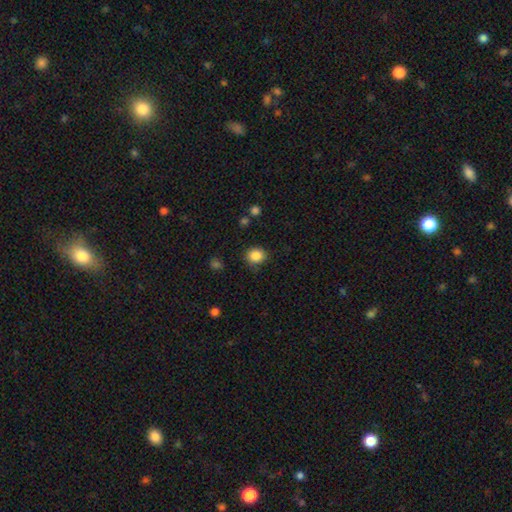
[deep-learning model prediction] A smooth galaxy with no disk features (86%) that is round (80%). Merging: none (82%).